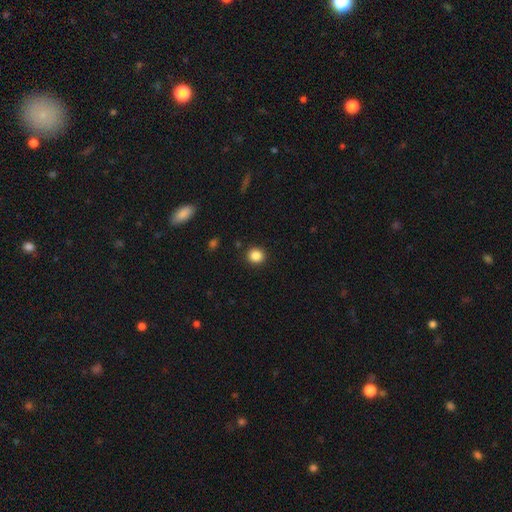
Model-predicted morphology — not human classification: This is clearly a smooth galaxy (86%). How rounded: clearly round (89%). Merging: clearly none (91%).